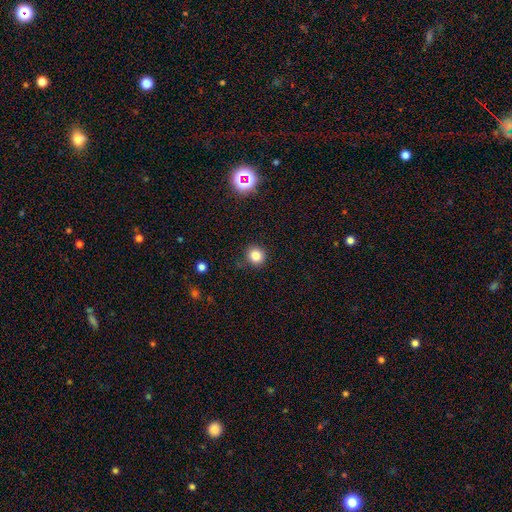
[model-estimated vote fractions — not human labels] A smooth galaxy with no disk features (82%) that is round (90%).

Vote fractions:
- Smooth or featured? smooth: 82% / star or artifact: 13% / featured or disk: 5%
- How rounded? round: 90% / in between: 9% / cigar-shaped: 1%
- Merging? none: 88% / minor disturbance: 8% / major disturbance: 2% / merger: 2%